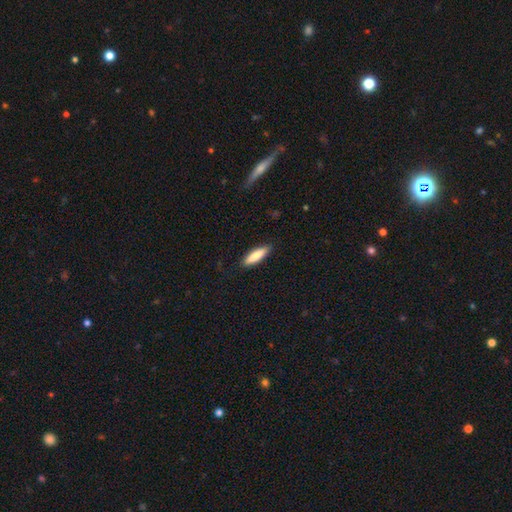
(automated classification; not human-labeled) This is clearly a smooth galaxy (81%). How rounded: likely cigar-shaped (63%). Merging: clearly none (87%).